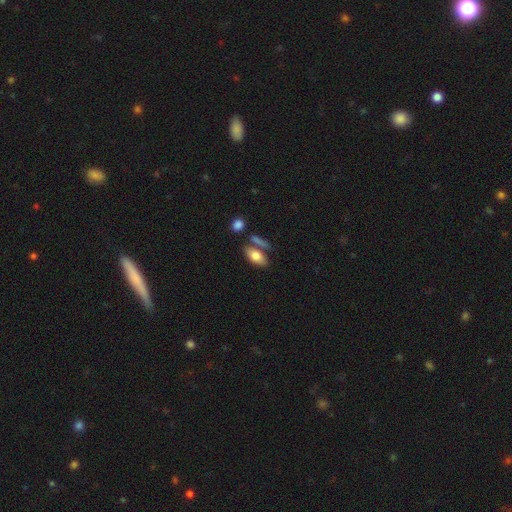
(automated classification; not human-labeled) A smooth galaxy with no disk features (77%) that is in between round and cigar-shaped (86%).

Vote fractions:
- Smooth or featured? smooth: 77% / featured or disk: 16% / star or artifact: 7%
- How rounded? in between: 86% / cigar-shaped: 9% / round: 4%
- Merging? none: 60% / merger: 21% / minor disturbance: 15% / major disturbance: 5%